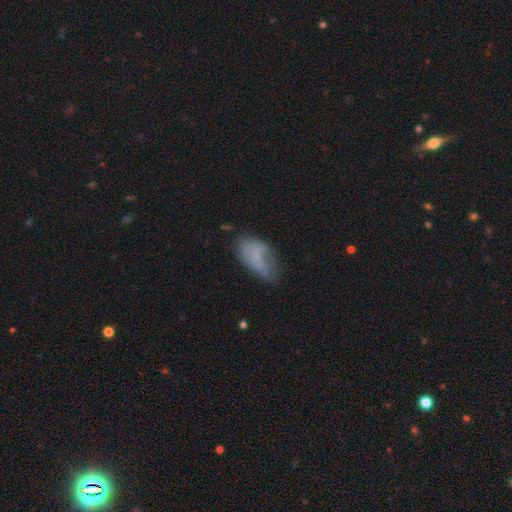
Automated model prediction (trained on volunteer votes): smooth 62%, featured or disk 28%, star or artifact 10%. Down the decision tree: how rounded — in between (91%); merging — none (40%).